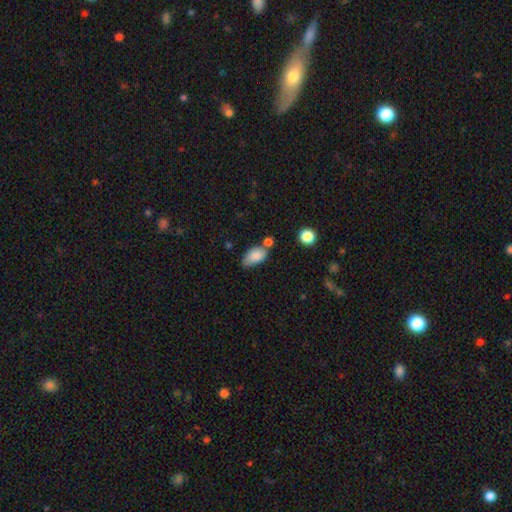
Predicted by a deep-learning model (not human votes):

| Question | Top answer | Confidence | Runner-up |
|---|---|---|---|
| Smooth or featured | smooth | 83% | featured or disk (9%) |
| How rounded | in between | 91% | round (6%) |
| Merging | none | 44% | minor disturbance (30%) |